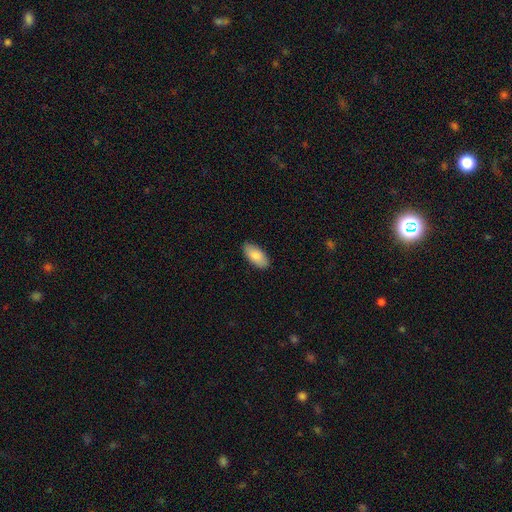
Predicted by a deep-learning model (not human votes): A smooth galaxy with no disk features (85%) that is in between round and cigar-shaped (93%). Merging: none (88%).